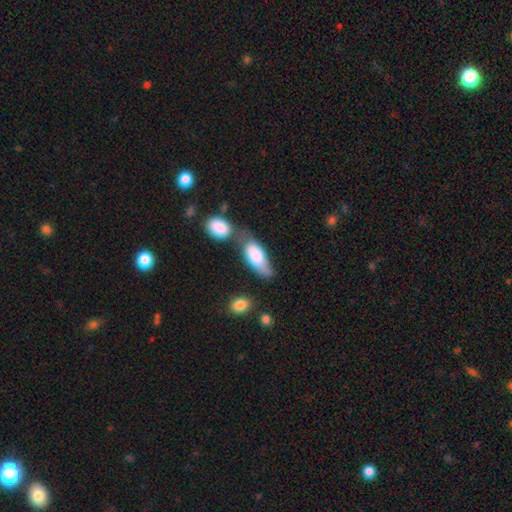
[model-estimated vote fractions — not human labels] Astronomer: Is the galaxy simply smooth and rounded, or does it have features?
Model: smooth — 73%.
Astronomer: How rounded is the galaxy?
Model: in between — 81%.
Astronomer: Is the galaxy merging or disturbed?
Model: merger — 40% (runner-up: none, 28%).